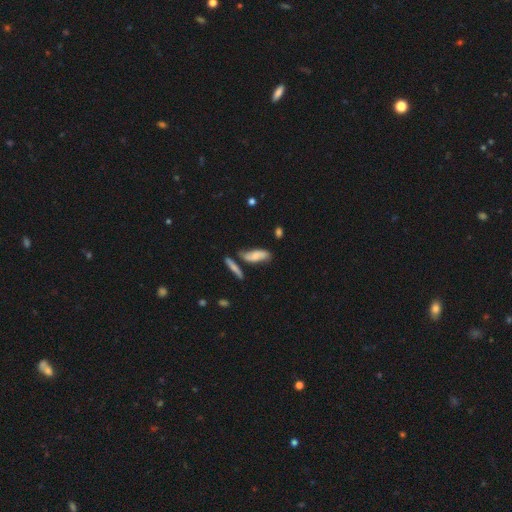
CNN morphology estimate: Smooth or featured? smooth (54%)
How rounded? in between (67%)
Merging? none (54%)